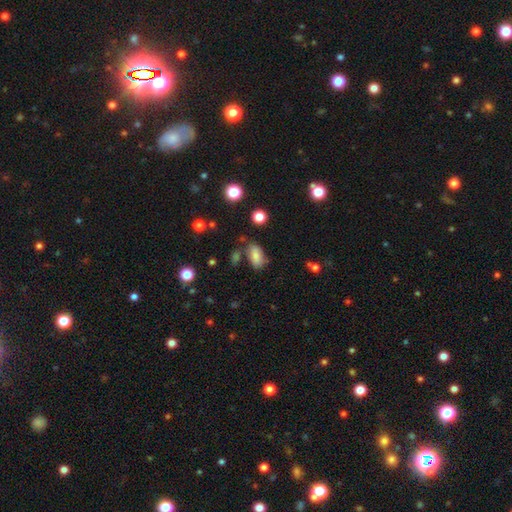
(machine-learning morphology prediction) smooth_or_featured: smooth (p=0.80) [alt: featured or disk p=0.10]
how_rounded: in between (p=0.91) [alt: round p=0.06]
merging: none (p=0.65) [alt: minor disturbance p=0.20]